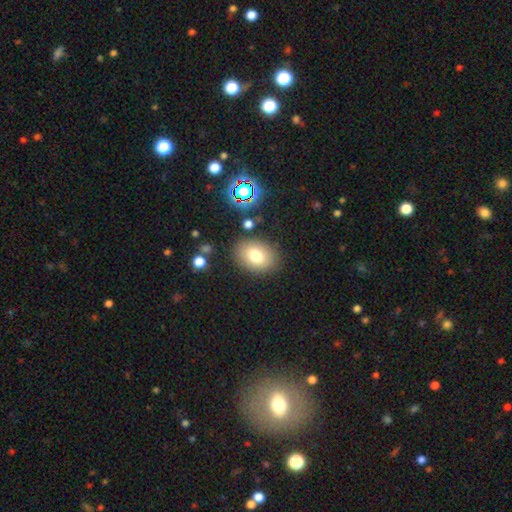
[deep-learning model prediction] smooth-or-featured: smooth: 76% | featured or disk: 13% | star or artifact: 11%
  how-rounded: in between: 69% | round: 30% | cigar-shaped: 1%
  merging: none: 84% | minor disturbance: 10% | major disturbance: 3% | merger: 3%